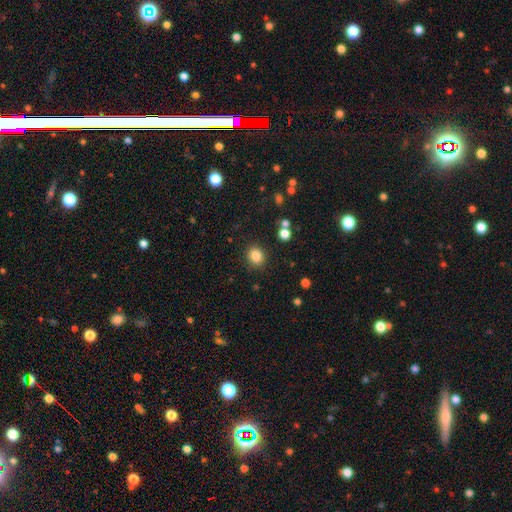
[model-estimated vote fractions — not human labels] This appears to be a smooth galaxy with no disk features (84%) that is round (76%). Merging: none (88%).